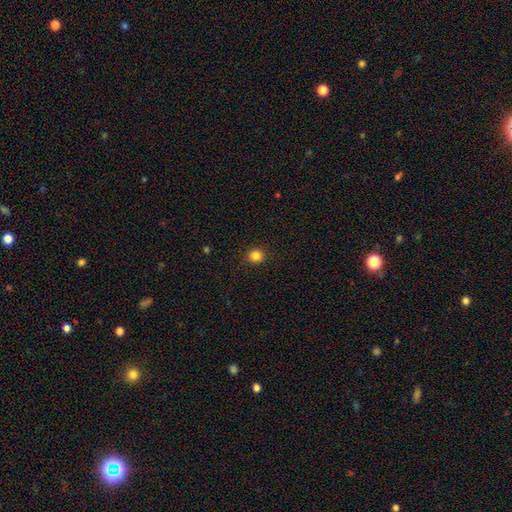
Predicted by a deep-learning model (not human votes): smooth-or-featured: smooth: 84% | star or artifact: 12% | featured or disk: 4%
  how-rounded: round: 92% | in between: 7% | cigar-shaped: 1%
  merging: none: 91% | minor disturbance: 6% | major disturbance: 2% | merger: 1%